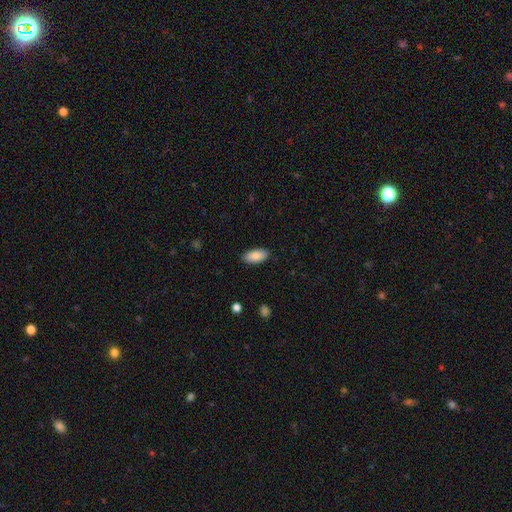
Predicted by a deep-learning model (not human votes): This is clearly a smooth galaxy (87%). How rounded: clearly in between (93%). Merging: clearly none (89%).